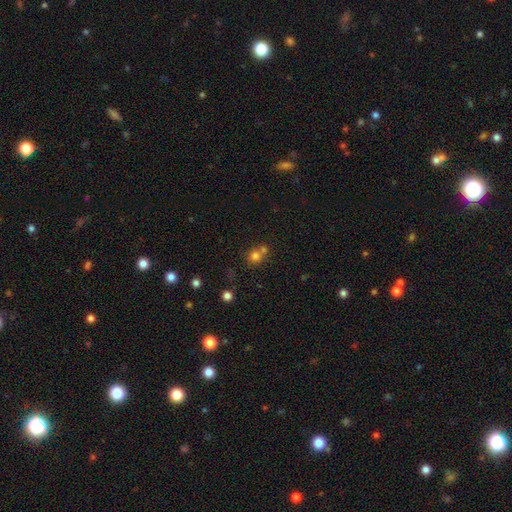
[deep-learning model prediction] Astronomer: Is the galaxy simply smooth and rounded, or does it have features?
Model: smooth — 75%.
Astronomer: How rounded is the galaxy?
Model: round — 85%.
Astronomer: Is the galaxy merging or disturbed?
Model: none — 49% (runner-up: merger, 41%).